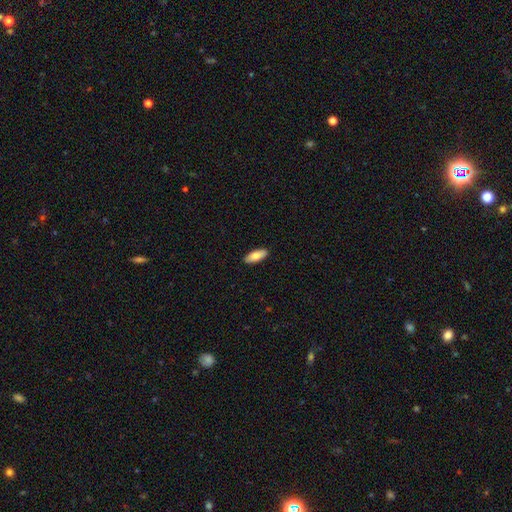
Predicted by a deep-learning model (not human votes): A smooth galaxy with no disk features (77%) that is in between round and cigar-shaped (80%). Merging: none (90%).